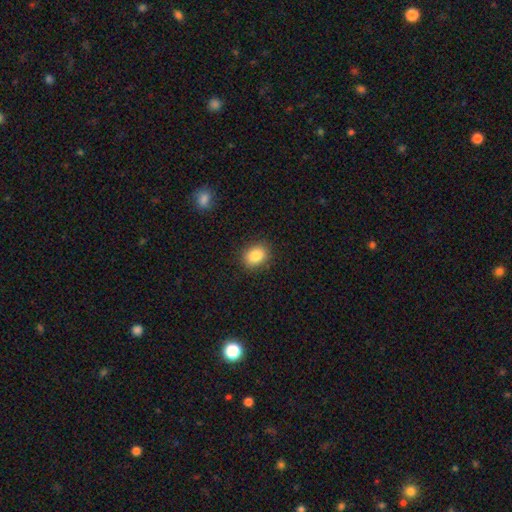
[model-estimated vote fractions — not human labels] Smooth or featured?
  - smooth: 85% *
  - star or artifact: 9%
  - featured or disk: 6%
How rounded?
  - in between: 63% *
  - round: 36%
  - cigar-shaped: 1%
Merging?
  - none: 87% *
  - minor disturbance: 9%
  - major disturbance: 3%
  - merger: 1%